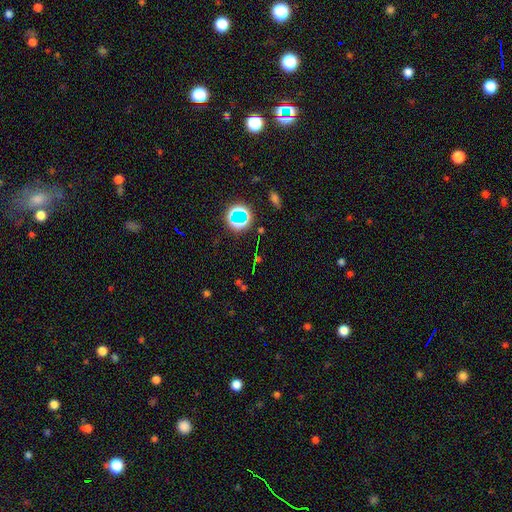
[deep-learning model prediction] Smooth or featured?
  - star or artifact: 63% *
  - smooth: 24%
  - featured or disk: 13%